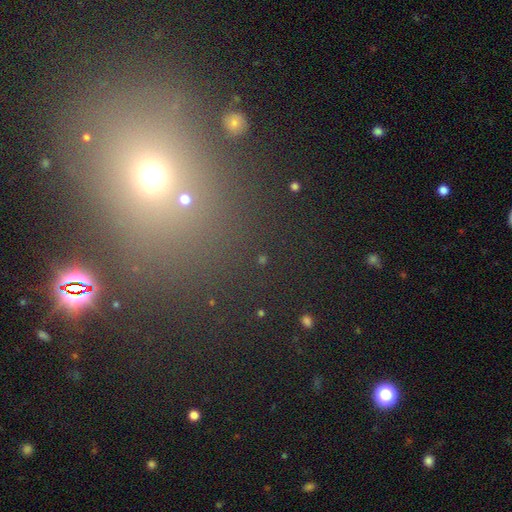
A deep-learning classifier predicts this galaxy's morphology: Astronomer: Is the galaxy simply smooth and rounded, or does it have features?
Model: star or artifact — 45%, tied with smooth at 45%.